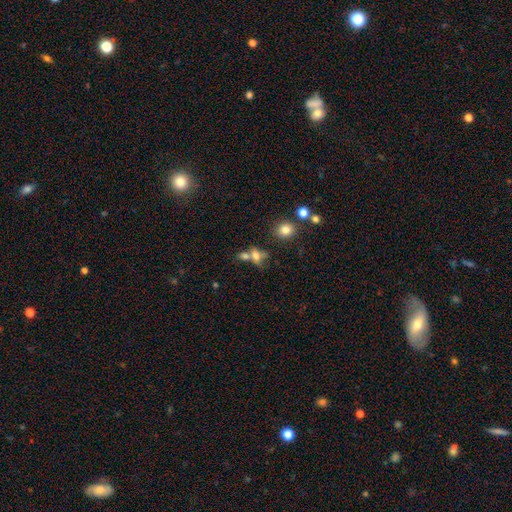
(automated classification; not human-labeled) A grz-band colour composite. It shows a smooth galaxy with no disk features (68%) that is in between round and cigar-shaped (62%). Merging: merger (48%).